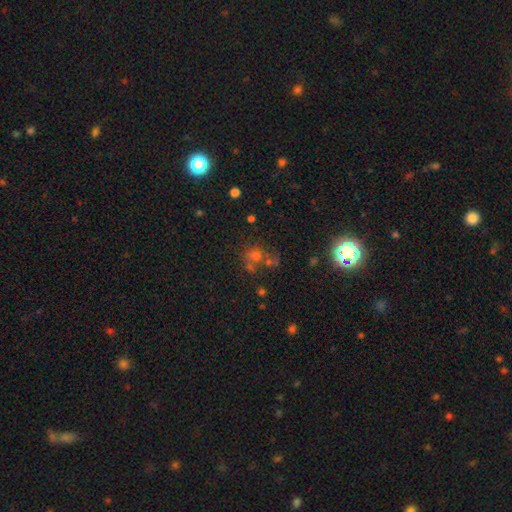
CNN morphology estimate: smooth 46%, star or artifact 37%, featured or disk 17%. Down the decision tree: merging — none (45%).